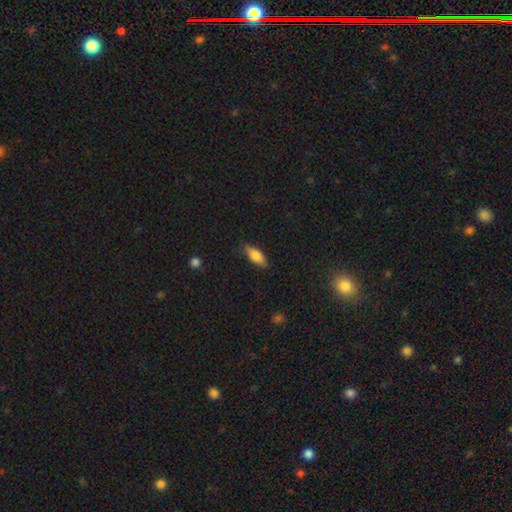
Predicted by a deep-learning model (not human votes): This is likely a smooth galaxy (75%). How rounded: likely in between (74%). Merging: clearly none (81%).